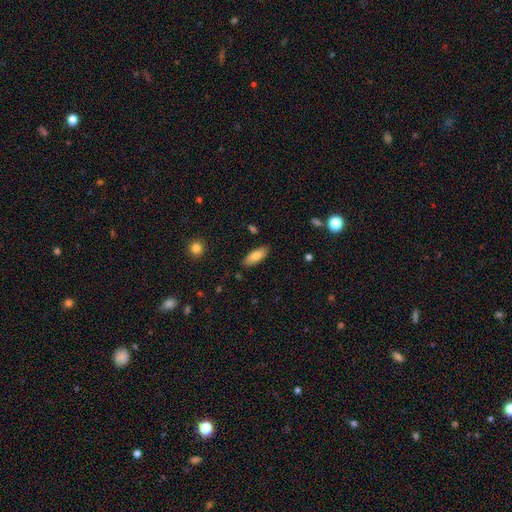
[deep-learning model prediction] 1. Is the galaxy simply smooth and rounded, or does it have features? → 83% smooth, 10% featured or disk, 7% star or artifact.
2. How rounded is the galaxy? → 76% in between, 23% cigar-shaped, 2% round.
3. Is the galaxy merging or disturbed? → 85% none, 11% minor disturbance, 2% major disturbance, 2% merger.